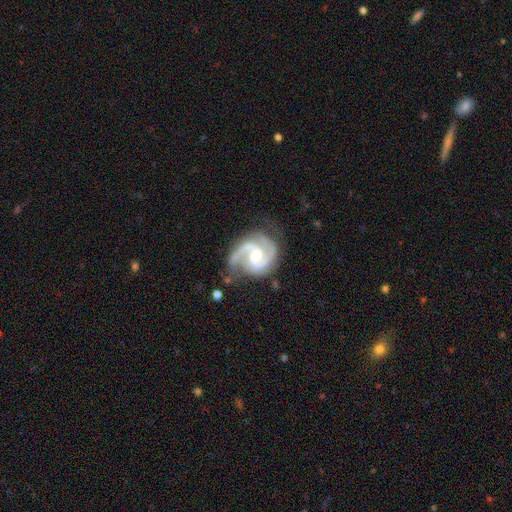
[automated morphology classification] Overall: featured or disk (92%). Edge-on disk: no (98%). Bar: no (49%; weak 41%). Spiral arms: yes (98%). Spiral arm count: 2 (73%). Spiral winding: medium (55%; tight 34%). Bulge size: moderate (62%; small 33%). Merging: none (69%).